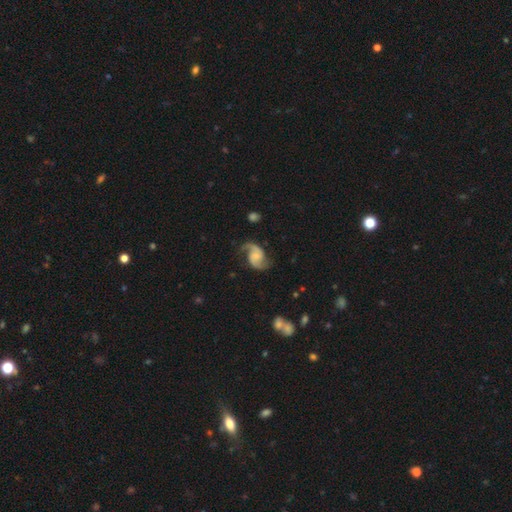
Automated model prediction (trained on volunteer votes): Morphology: type=featured or disk (87%); edge-on=no (98%); bar=no (57%); spiral arms=yes (97%); winding=loose (47%); arm count=2 (92%); bulge=small (46%); merging=none (73%).